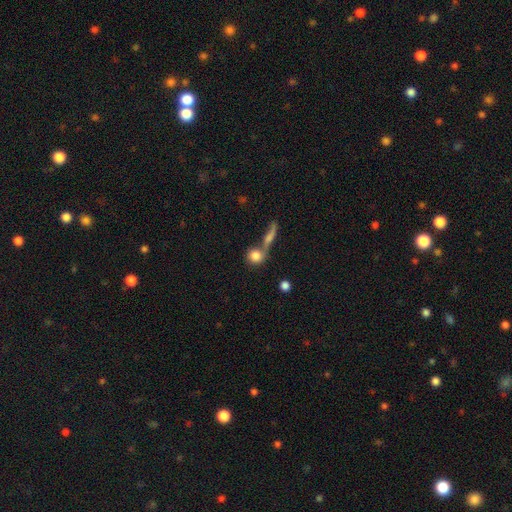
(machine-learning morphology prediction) Overall: smooth (79%). How rounded: round (79%). Merging: none (47%; merger 38%).